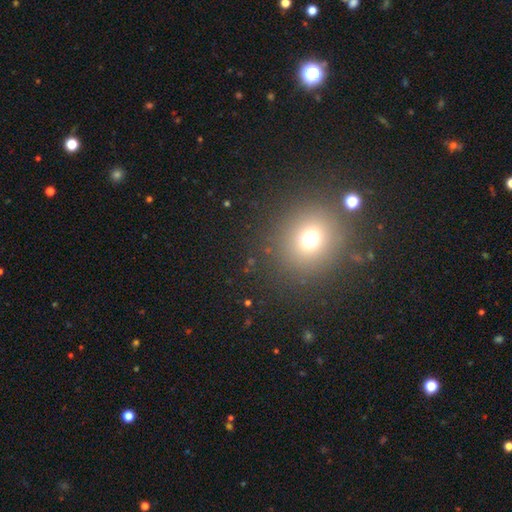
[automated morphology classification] type=smooth (55%); roundness=round (85%); merging=none (88%).